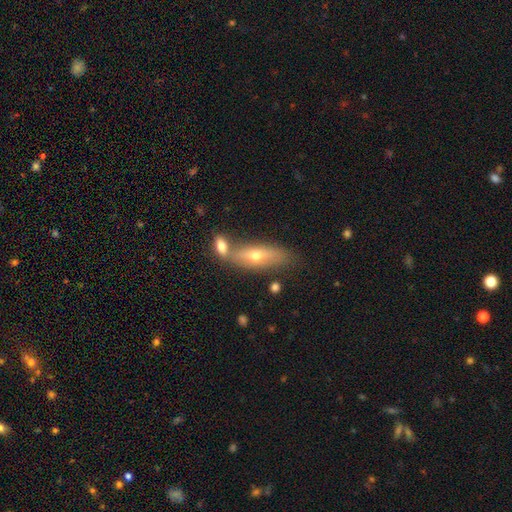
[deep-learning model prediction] smooth 49%, featured or disk 43%, star or artifact 8%. Down the decision tree: merging — none (53%).